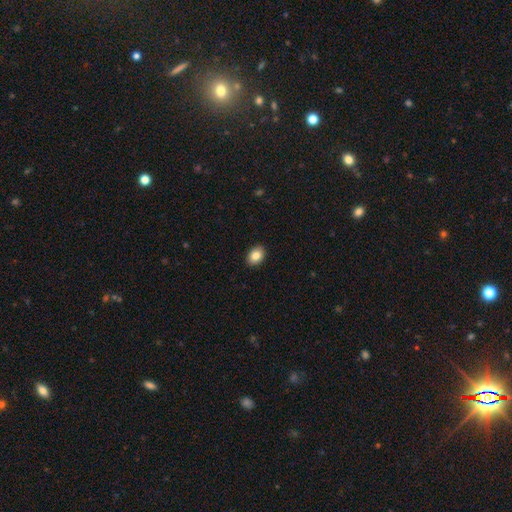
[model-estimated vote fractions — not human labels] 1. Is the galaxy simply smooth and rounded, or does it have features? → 85% smooth, 8% star or artifact, 7% featured or disk.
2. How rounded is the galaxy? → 74% in between, 25% round, 1% cigar-shaped.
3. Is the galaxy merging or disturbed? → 91% none, 7% minor disturbance, 2% major disturbance, 1% merger.